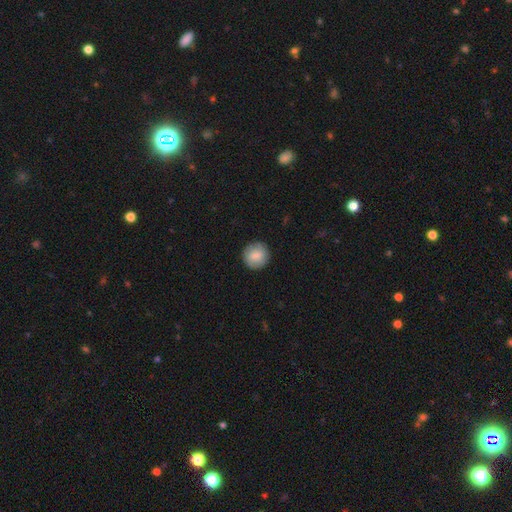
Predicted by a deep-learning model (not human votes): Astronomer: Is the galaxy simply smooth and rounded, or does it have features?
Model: smooth — 83%.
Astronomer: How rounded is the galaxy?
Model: round — 94%.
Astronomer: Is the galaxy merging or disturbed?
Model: none — 89%.